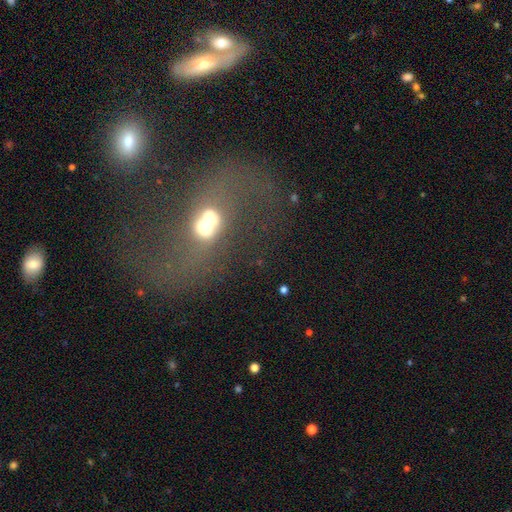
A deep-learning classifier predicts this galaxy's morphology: smooth-or-featured: featured or disk: 64% | smooth: 21% | star or artifact: 15%
  disk-edge-on: no: 94% | yes: 6%
    bar: no: 46% | weak: 36% | strong: 17%
    has-spiral-arms: yes: 75% | no: 25%
    bulge-size: moderate: 55% | large: 19% | small: 17% | dominant: 6% | none: 4%
  merging: none: 36% | merger: 35% | major disturbance: 16% | minor disturbance: 12%